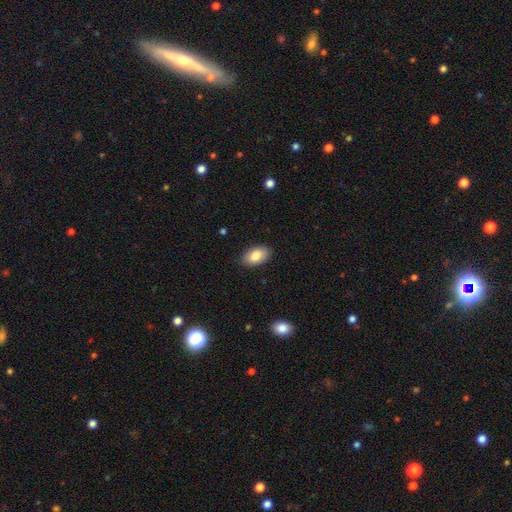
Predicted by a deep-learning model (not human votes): This appears to be a smooth galaxy with no disk features (85%) that is in between round and cigar-shaped (94%). Merging: none (87%).